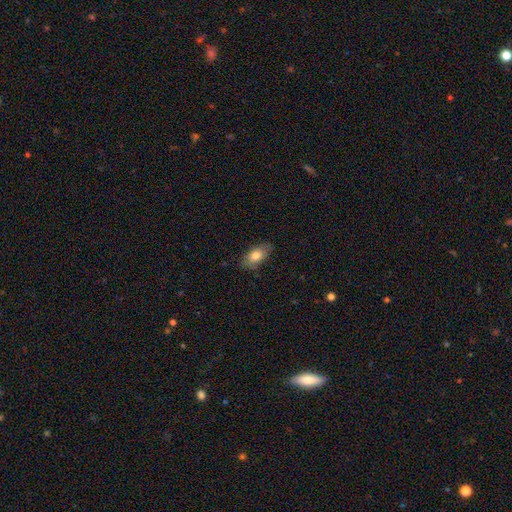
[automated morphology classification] Smooth or featured?
  - smooth: 78% *
  - featured or disk: 15%
  - star or artifact: 7%
How rounded?
  - in between: 88% *
  - cigar-shaped: 6%
  - round: 6%
Merging?
  - none: 81% *
  - minor disturbance: 15%
  - major disturbance: 3%
  - merger: 1%